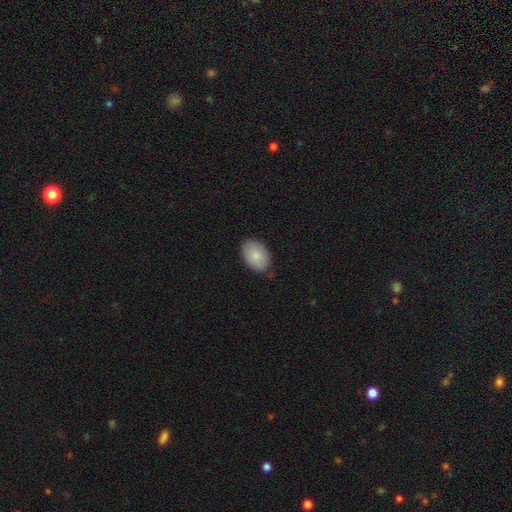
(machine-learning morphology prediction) The model was most divided on "merging": none: 84%, minor disturbance: 13%, major disturbance: 2%, merger: 1%. More confident: how rounded — in between (87%); smooth or featured — smooth (86%).